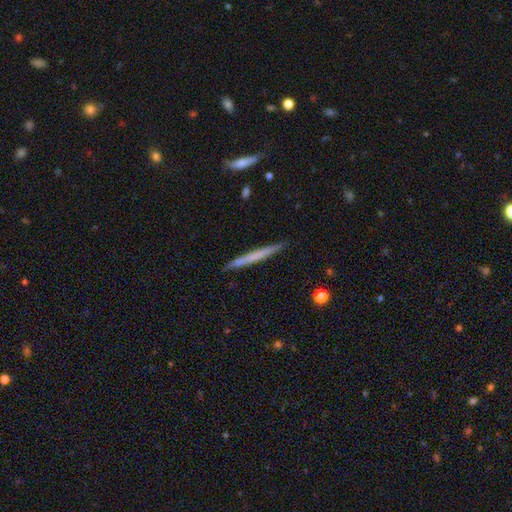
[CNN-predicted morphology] This appears to be a smooth galaxy with no disk features (57%) that is cigar-shaped (97%). Merging: none (89%).